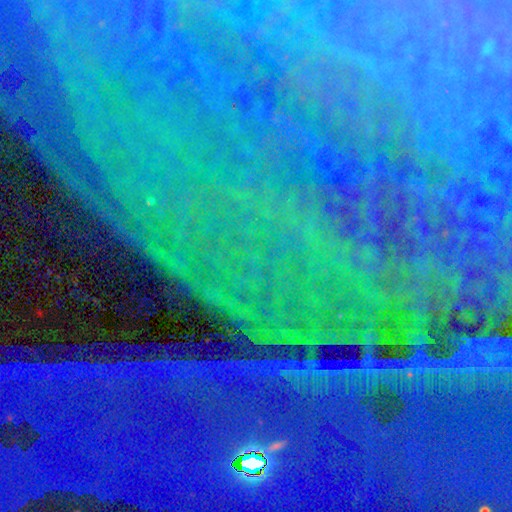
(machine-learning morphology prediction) Smooth or featured? star or artifact (86%)